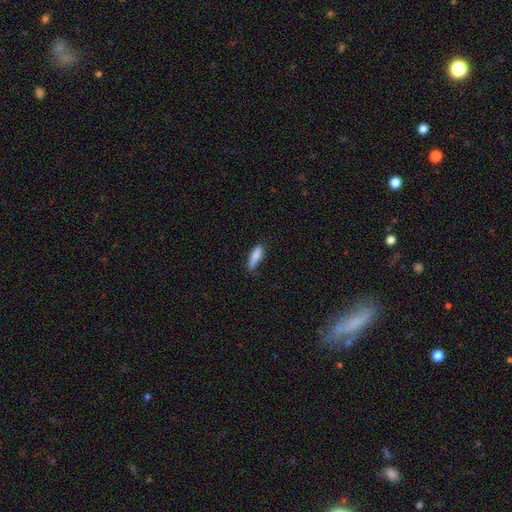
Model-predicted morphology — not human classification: type=smooth (84%); roundness=cigar-shaped (61%); merging=none (61%).